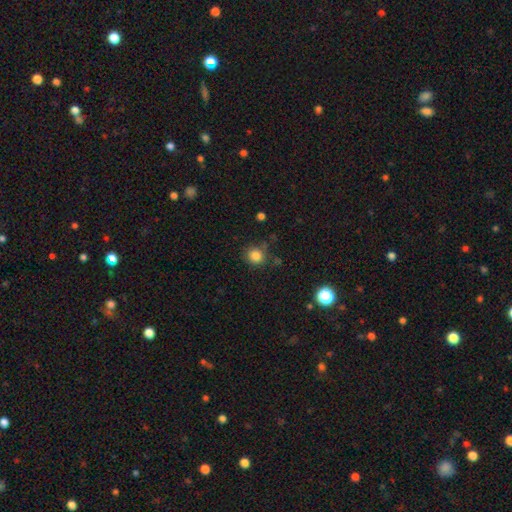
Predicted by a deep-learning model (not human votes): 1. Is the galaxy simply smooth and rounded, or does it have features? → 84% smooth, 12% star or artifact, 5% featured or disk.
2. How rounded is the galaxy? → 88% round, 11% in between, 1% cigar-shaped.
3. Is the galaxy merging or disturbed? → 80% none, 13% minor disturbance, 4% merger, 4% major disturbance.